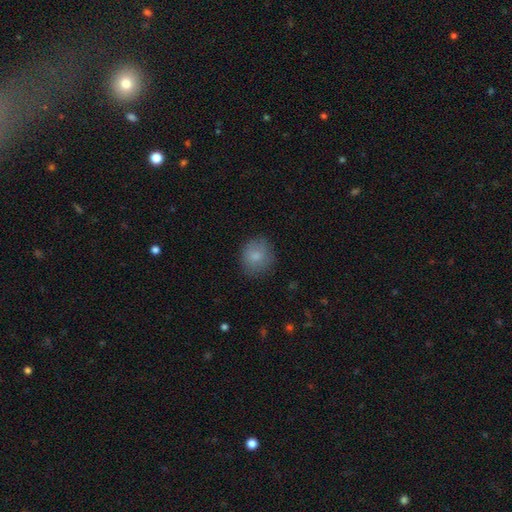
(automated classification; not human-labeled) A smooth galaxy with no disk features (82%) that is round (72%). Merging: none (76%).